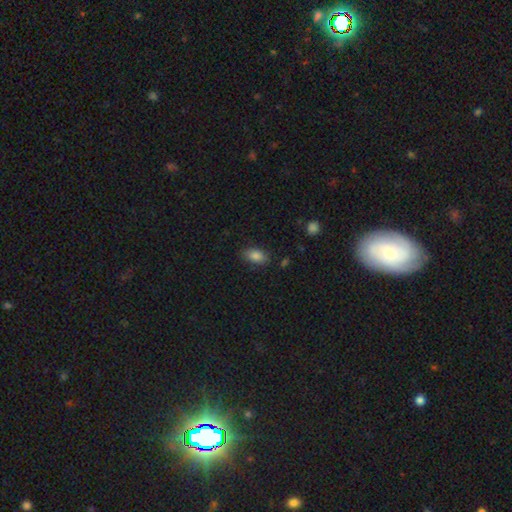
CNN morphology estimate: Smooth or featured? Predicted: smooth (p=0.85). How rounded? Predicted: in between (p=0.89). Merging? Predicted: none (p=0.83).